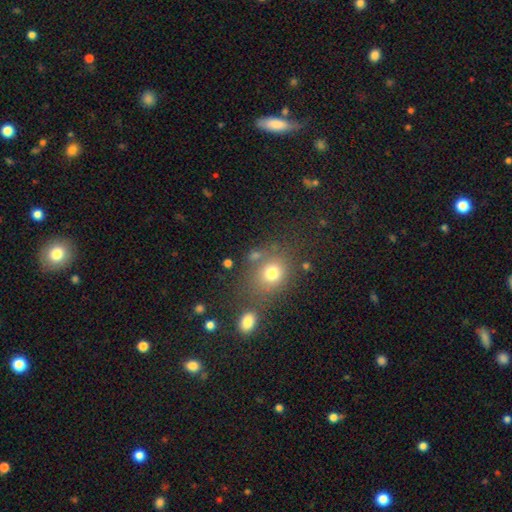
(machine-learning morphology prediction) Smooth or featured?
  - smooth: 70% *
  - star or artifact: 20%
  - featured or disk: 11%
How rounded?
  - round: 64% *
  - in between: 35%
  - cigar-shaped: 1%
Merging?
  - none: 70% *
  - merger: 13%
  - minor disturbance: 12%
  - major disturbance: 6%